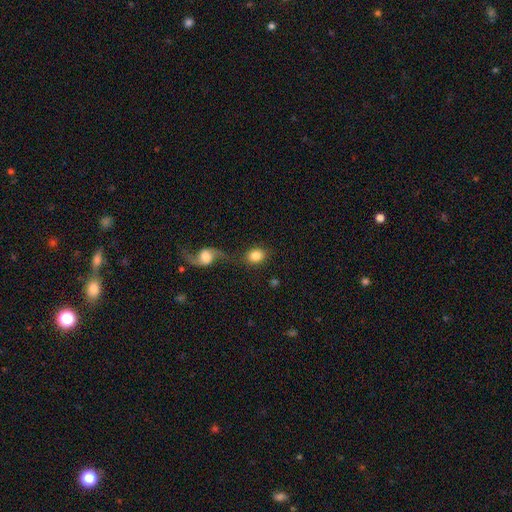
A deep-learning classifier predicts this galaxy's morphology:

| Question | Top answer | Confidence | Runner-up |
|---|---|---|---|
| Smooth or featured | smooth | 82% | featured or disk (11%) |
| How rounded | round | 58% | in between (41%) |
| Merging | none | 64% | merger (20%) |